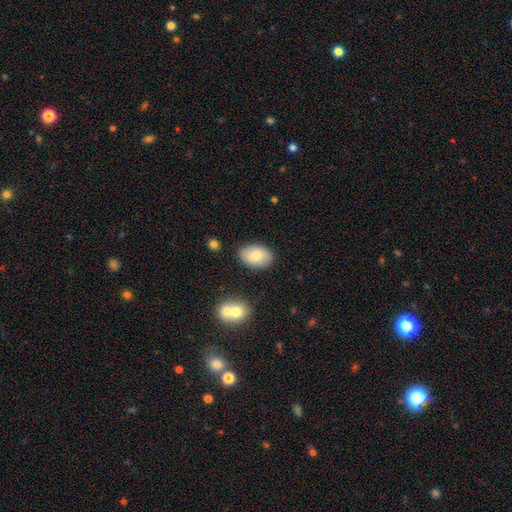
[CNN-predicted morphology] smooth-or-featured: smooth: 79% | featured or disk: 14% | star or artifact: 7%
  how-rounded: in between: 86% | round: 13% | cigar-shaped: 1%
  merging: none: 84% | minor disturbance: 11% | merger: 3% | major disturbance: 2%